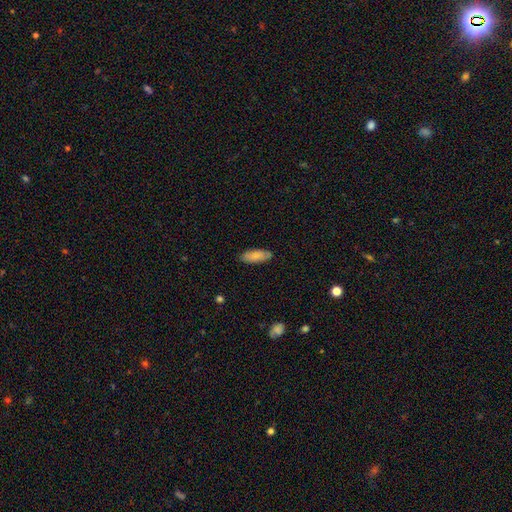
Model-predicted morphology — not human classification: The model was most divided on "how rounded": in between: 74%, cigar-shaped: 24%, round: 2%. More confident: merging — none (83%); smooth or featured — smooth (81%).